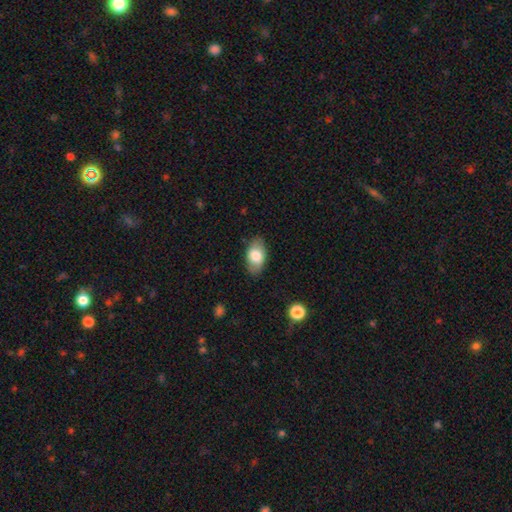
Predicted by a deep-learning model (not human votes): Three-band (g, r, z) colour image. It shows a smooth galaxy with no disk features (76%) that is in between round and cigar-shaped (93%). Merging: none (83%).